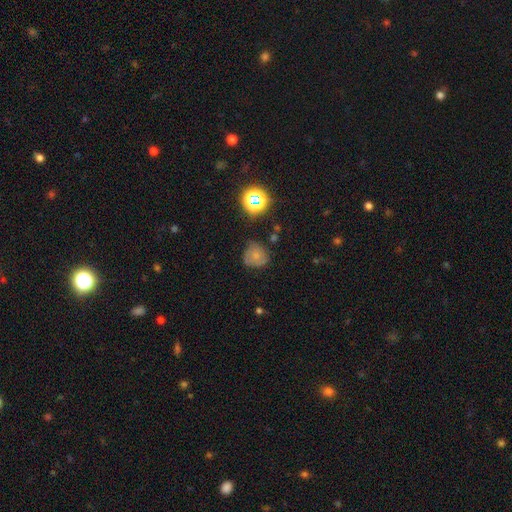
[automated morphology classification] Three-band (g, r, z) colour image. It shows a smooth galaxy with no disk features (64%) that is round (82%). Merging: none (60%).